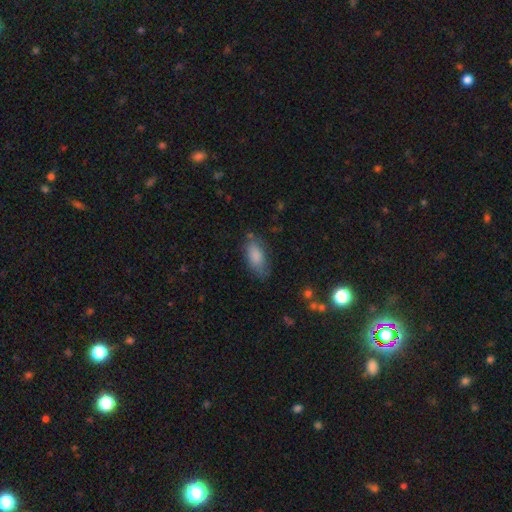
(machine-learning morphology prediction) A smooth galaxy with no disk features (84%) that is in between round and cigar-shaped (89%). Merging: none (68%).